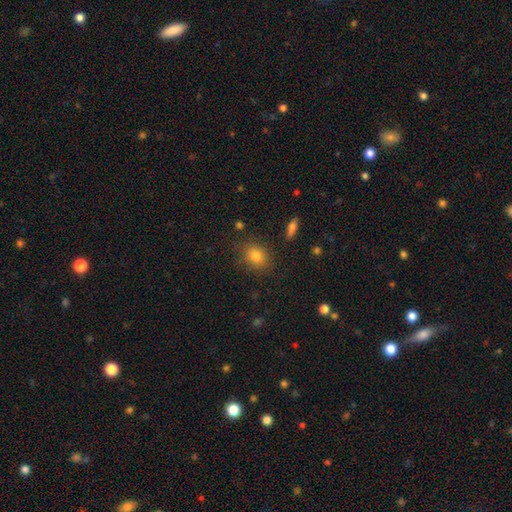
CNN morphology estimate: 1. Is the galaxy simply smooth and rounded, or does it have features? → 80% smooth, 13% star or artifact, 7% featured or disk.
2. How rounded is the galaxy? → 55% round, 43% in between, 1% cigar-shaped.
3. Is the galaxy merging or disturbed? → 84% none, 11% minor disturbance, 3% major disturbance, 2% merger.